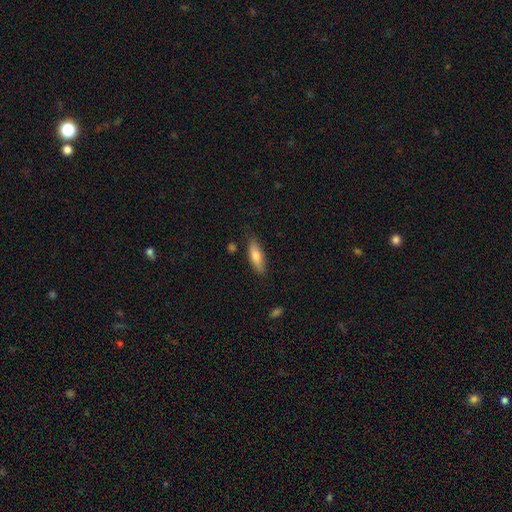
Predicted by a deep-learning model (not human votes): Morphology: type=smooth (73%); roundness=cigar-shaped (50%); merging=none (80%).